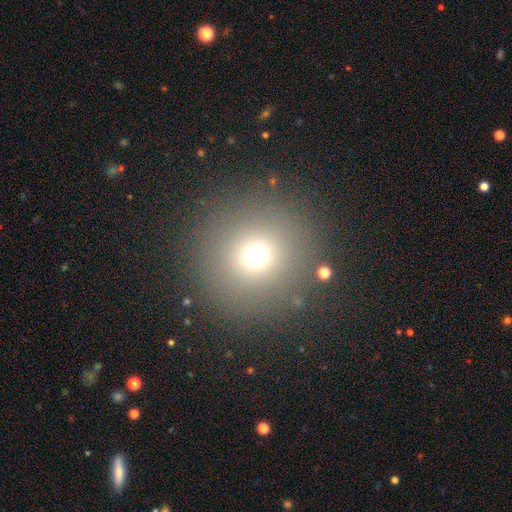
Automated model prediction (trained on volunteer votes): A smooth galaxy with no disk features (69%) that is round (95%).

Vote fractions:
- Smooth or featured? smooth: 69% / star or artifact: 22% / featured or disk: 9%
- How rounded? round: 95% / in between: 4% / cigar-shaped: 1%
- Merging? none: 87% / minor disturbance: 6% / major disturbance: 4% / merger: 2%